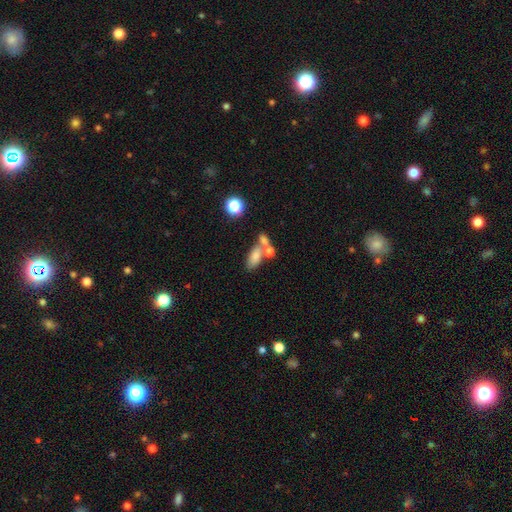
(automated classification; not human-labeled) Smooth or featured?
  - smooth: 73% *
  - featured or disk: 17%
  - star or artifact: 11%
How rounded?
  - in between: 82% *
  - cigar-shaped: 10%
  - round: 8%
Merging?
  - merger: 47% *
  - none: 36%
  - minor disturbance: 11%
  - major disturbance: 7%